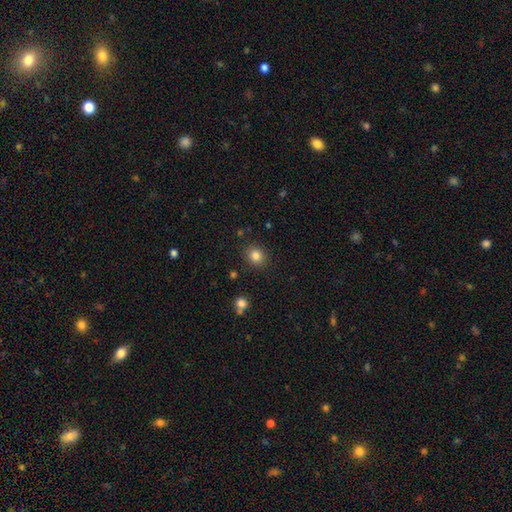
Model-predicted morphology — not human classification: The model was most divided on "how rounded": round: 77%, in between: 22%, cigar-shaped: 1%. More confident: merging — none (87%); smooth or featured — smooth (83%).